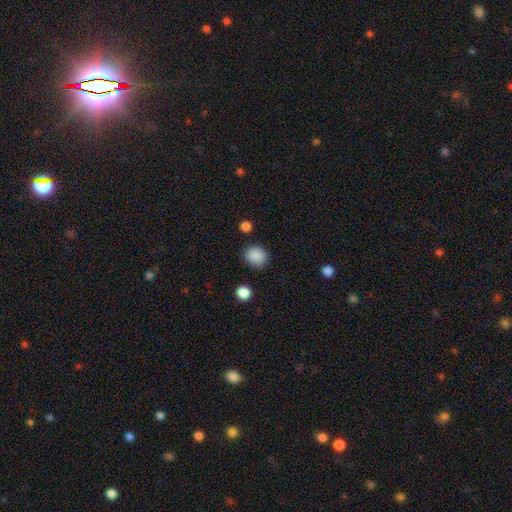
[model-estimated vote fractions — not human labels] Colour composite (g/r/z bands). It shows a smooth galaxy with no disk features (88%) that is round (69%). Merging: none (85%).